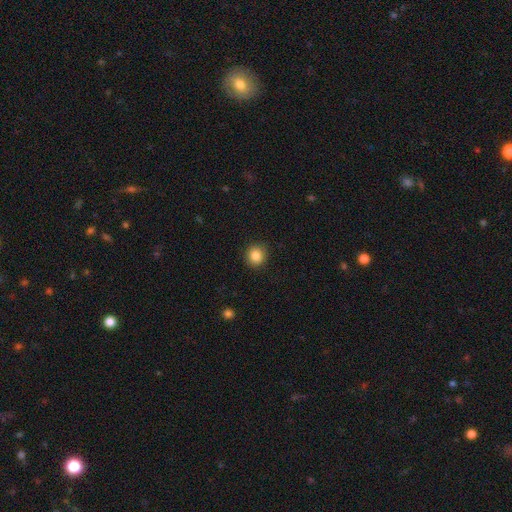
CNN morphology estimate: Smooth or featured? Predicted: smooth (p=0.85). How rounded? Predicted: round (p=0.88). Merging? Predicted: none (p=0.91).